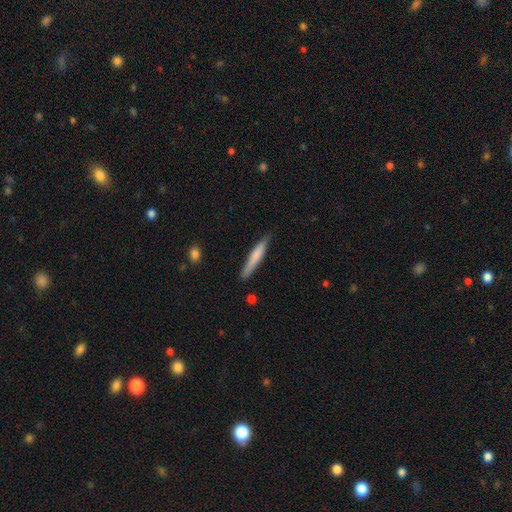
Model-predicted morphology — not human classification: The model was most divided on "smooth or featured": smooth: 69%, featured or disk: 25%, star or artifact: 5%. More confident: how rounded — cigar-shaped (93%); merging — none (80%).